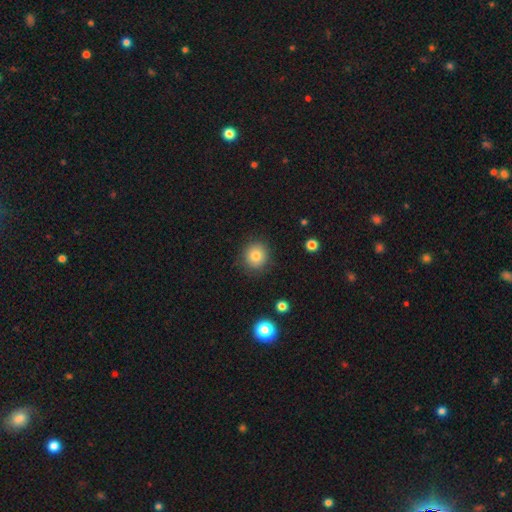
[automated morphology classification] A smooth galaxy with no disk features (81%) that is round (89%). Merging: none (87%).